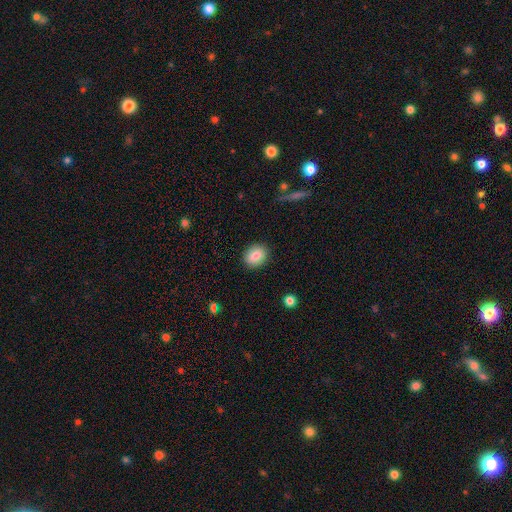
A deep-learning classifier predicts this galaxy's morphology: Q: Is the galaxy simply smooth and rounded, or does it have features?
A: smooth — 85%.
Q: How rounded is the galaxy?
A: round — 50%.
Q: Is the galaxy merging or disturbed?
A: none — 89%.